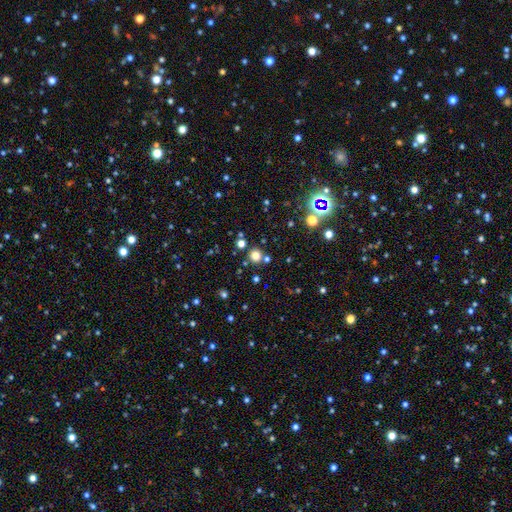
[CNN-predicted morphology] smooth 71%, star or artifact 23%, featured or disk 6%. Down the decision tree: how rounded — round (92%); merging — none (81%).